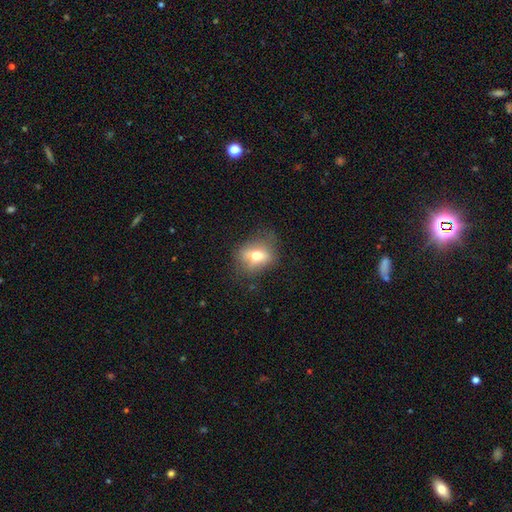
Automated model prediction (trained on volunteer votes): A smooth galaxy with no disk features (55%) that is in between round and cigar-shaped (51%).

Vote fractions:
- Smooth or featured? smooth: 55% / featured or disk: 34% / star or artifact: 11%
- How rounded? in between: 51% / round: 46% / cigar-shaped: 4%
- Merging? none: 73% / minor disturbance: 17% / major disturbance: 8% / merger: 1%